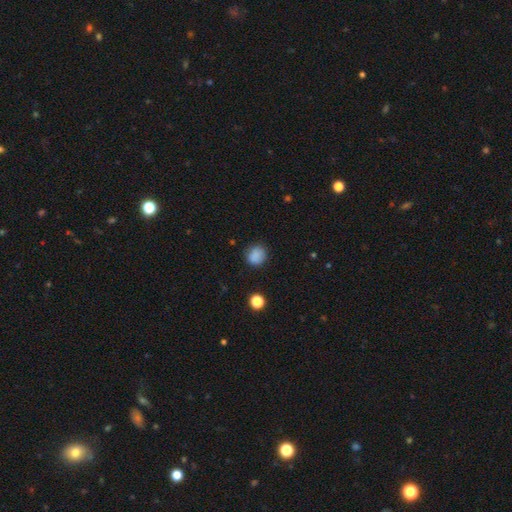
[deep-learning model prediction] smooth_or_featured: smooth (p=0.85) [alt: star or artifact p=0.11]
how_rounded: round (p=0.81) [alt: in between p=0.18]
merging: none (p=0.80) [alt: minor disturbance p=0.15]